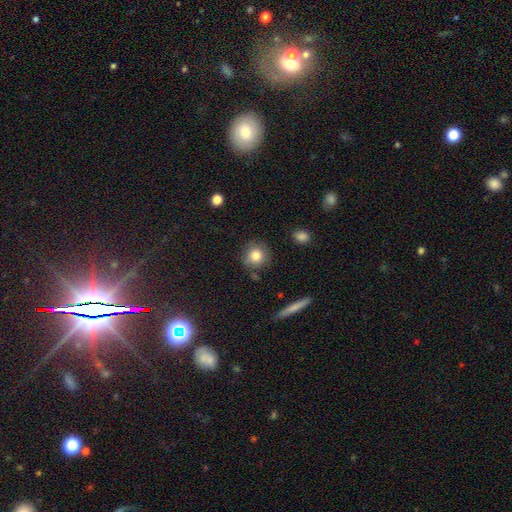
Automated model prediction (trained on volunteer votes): A smooth galaxy with no disk features (81%) that is round (90%).

Vote fractions:
- Smooth or featured? smooth: 81% / featured or disk: 10% / star or artifact: 9%
- How rounded? round: 90% / in between: 9% / cigar-shaped: 1%
- Merging? none: 81% / minor disturbance: 12% / merger: 4% / major disturbance: 3%